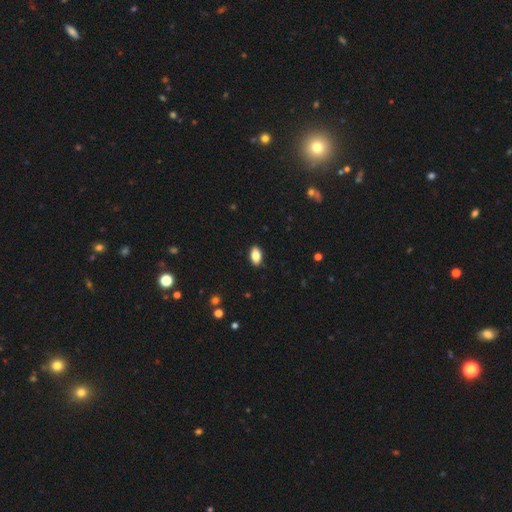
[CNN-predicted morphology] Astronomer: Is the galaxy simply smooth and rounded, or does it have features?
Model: smooth — 85%.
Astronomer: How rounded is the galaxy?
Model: in between — 92%.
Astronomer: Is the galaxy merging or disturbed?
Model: none — 88%.